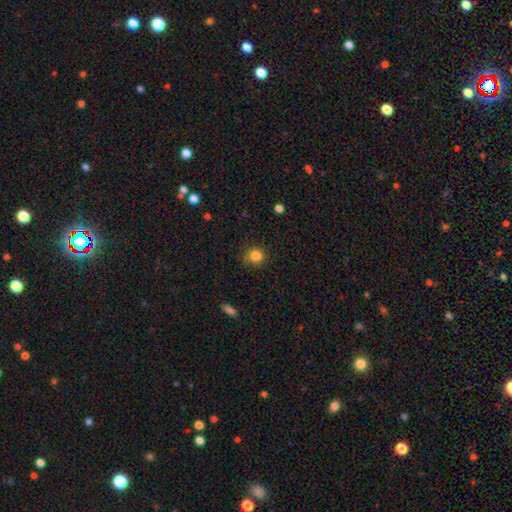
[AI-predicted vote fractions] This appears to be a smooth galaxy with no disk features (84%) that is round (90%). Merging: none (83%).